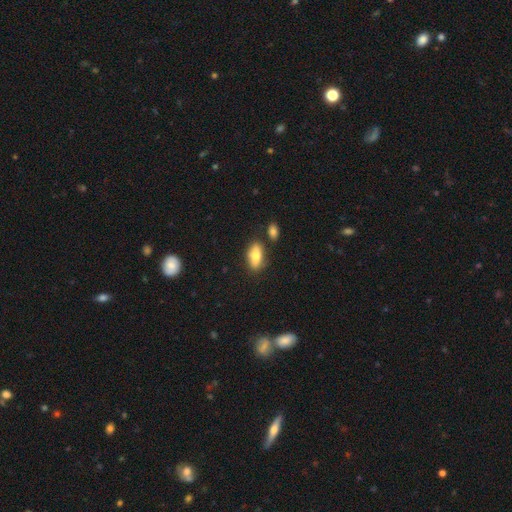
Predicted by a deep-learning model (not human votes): Smooth or featured: smooth — 78% (featured or disk — 15%)
How rounded: in between — 83% (cigar-shaped — 14%)
Merging: none — 78% (minor disturbance — 12%)